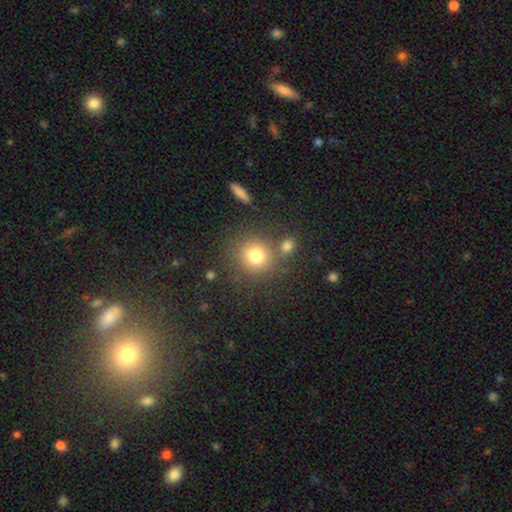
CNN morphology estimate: Q: Smooth or featured?
A: smooth (78%); runner-up: star or artifact (13%)
Q: How rounded?
A: round (87%); runner-up: in between (12%)
Q: Merging?
A: none (71%); runner-up: merger (15%)